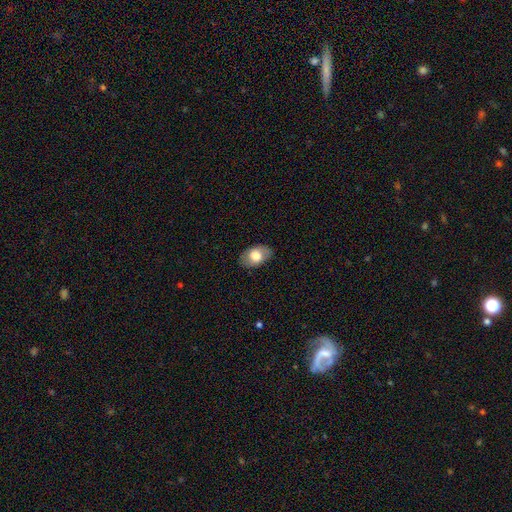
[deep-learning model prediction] This appears to be a smooth galaxy with no disk features (70%) that is in between round and cigar-shaped (89%). Merging: none (83%).